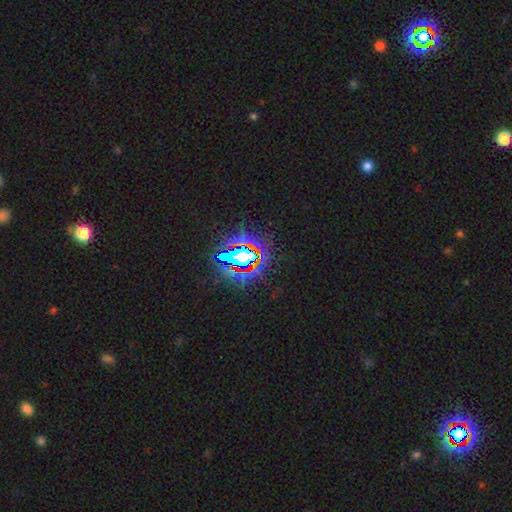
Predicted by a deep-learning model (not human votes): A star or artifact, not a galaxy (79%).

Vote fractions:
- Smooth or featured? star or artifact: 79% / smooth: 11% / featured or disk: 10%